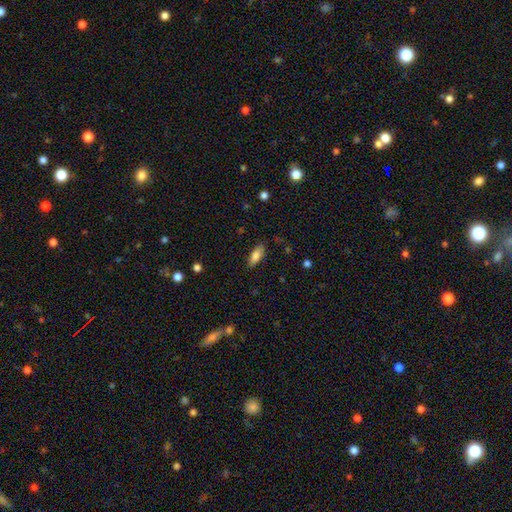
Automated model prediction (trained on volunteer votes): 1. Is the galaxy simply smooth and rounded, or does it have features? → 83% smooth, 10% featured or disk, 7% star or artifact.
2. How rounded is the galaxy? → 77% in between, 21% cigar-shaped, 2% round.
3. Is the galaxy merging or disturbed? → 84% none, 12% minor disturbance, 3% major disturbance, 1% merger.